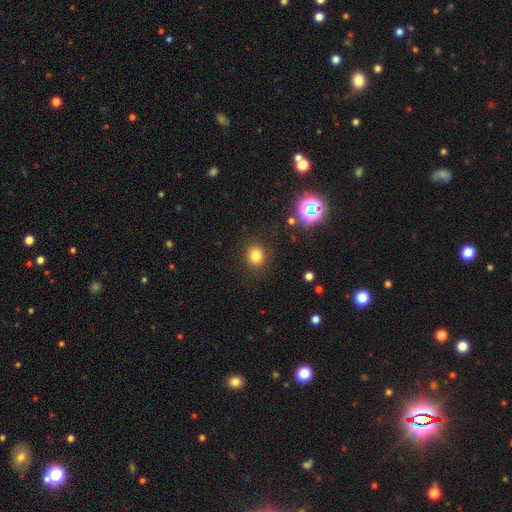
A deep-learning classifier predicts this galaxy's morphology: type=smooth (80%); roundness=round (79%); merging=none (88%).